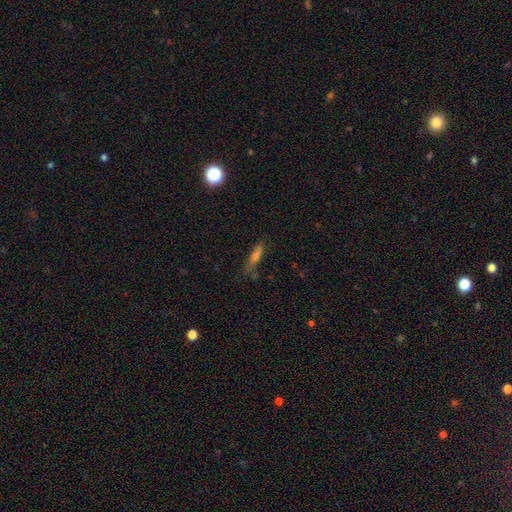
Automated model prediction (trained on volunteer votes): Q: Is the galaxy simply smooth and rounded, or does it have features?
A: smooth — 57%.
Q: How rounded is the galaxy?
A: cigar-shaped — 75%.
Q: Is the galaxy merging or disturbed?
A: none — 68%.